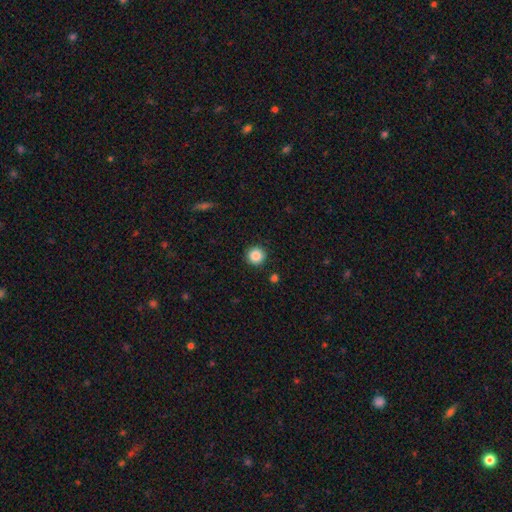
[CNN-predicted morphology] Q: Smooth or featured?
A: smooth (87%); runner-up: star or artifact (9%)
Q: How rounded?
A: round (96%); runner-up: in between (4%)
Q: Merging?
A: none (92%); runner-up: minor disturbance (5%)